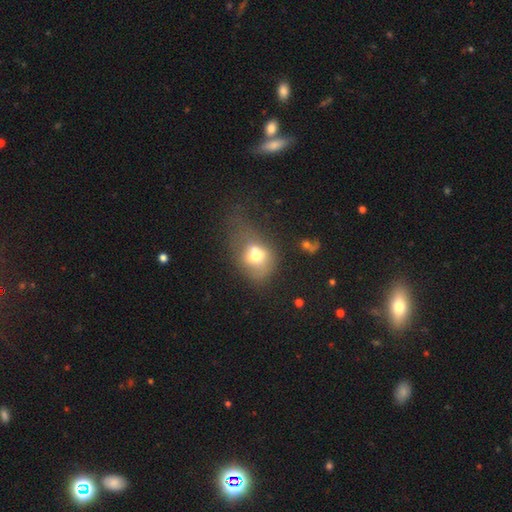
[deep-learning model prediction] Morphology: type=smooth (60%); roundness=in between (58%); merging=major disturbance (33%).